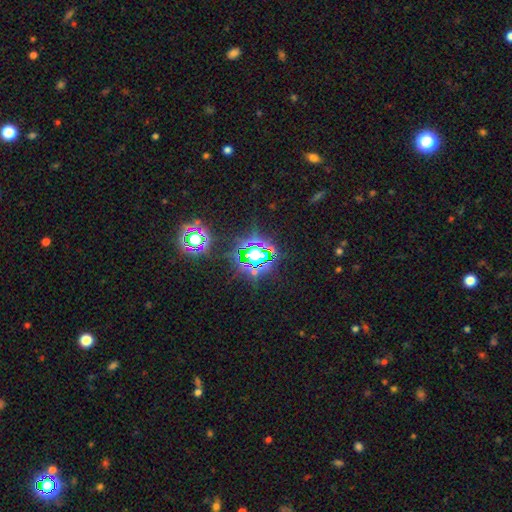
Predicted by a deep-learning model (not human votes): Smooth or featured: star or artifact — 74% (smooth — 16%)